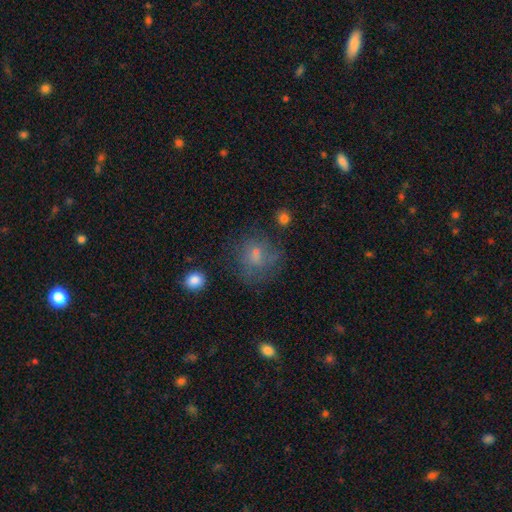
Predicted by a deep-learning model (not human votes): Q: Smooth or featured?
A: smooth (61%); runner-up: featured or disk (24%)
Q: How rounded?
A: round (73%); runner-up: in between (26%)
Q: Merging?
A: none (50%); runner-up: major disturbance (22%)